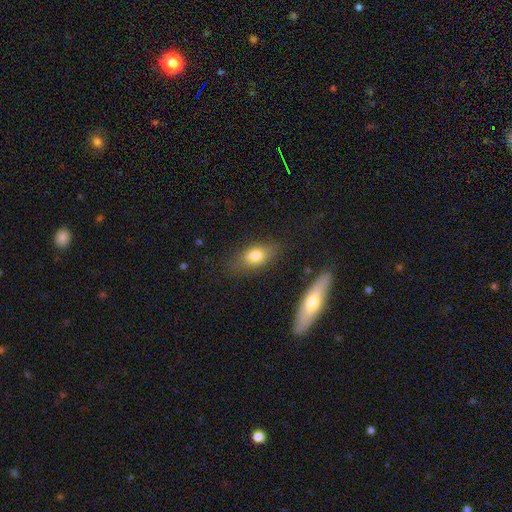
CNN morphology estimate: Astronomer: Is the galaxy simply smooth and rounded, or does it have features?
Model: smooth — 77%.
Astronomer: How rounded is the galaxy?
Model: in between — 80%.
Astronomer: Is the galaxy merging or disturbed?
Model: none — 76%.